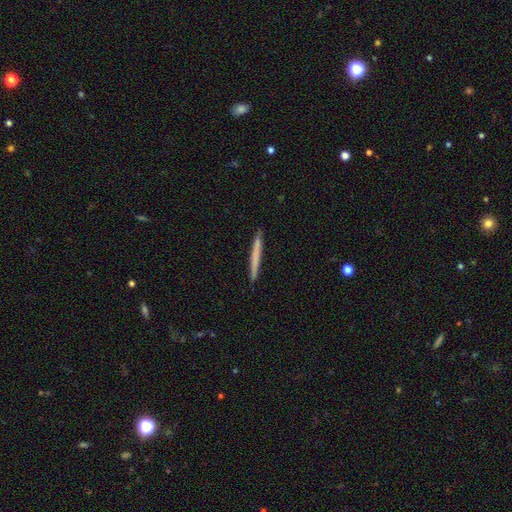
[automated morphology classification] Smooth or featured?
  - smooth: 63% *
  - featured or disk: 31%
  - star or artifact: 5%
How rounded?
  - cigar-shaped: 97% *
  - in between: 2%
  - round: 1%
Merging?
  - none: 92% *
  - minor disturbance: 6%
  - major disturbance: 1%
  - merger: 1%